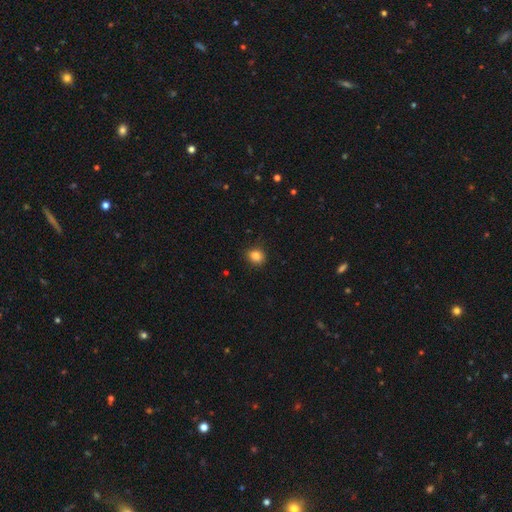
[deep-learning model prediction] The model was most divided on "how rounded": round: 68%, in between: 30%, cigar-shaped: 1%. More confident: merging — none (86%); smooth or featured — smooth (84%).